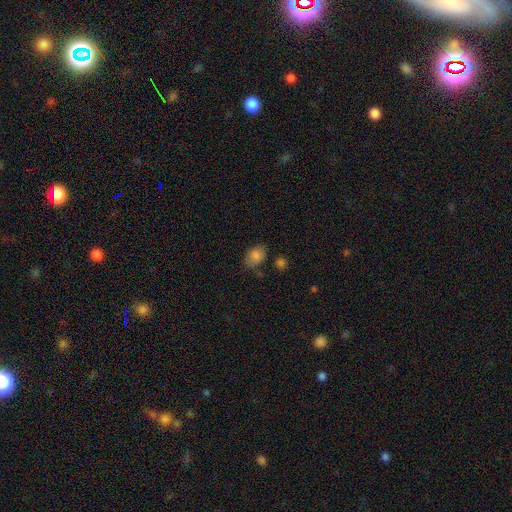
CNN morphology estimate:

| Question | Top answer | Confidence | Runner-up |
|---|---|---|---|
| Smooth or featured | smooth | 81% | featured or disk (10%) |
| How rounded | in between | 82% | round (17%) |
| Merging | none | 67% | minor disturbance (22%) |